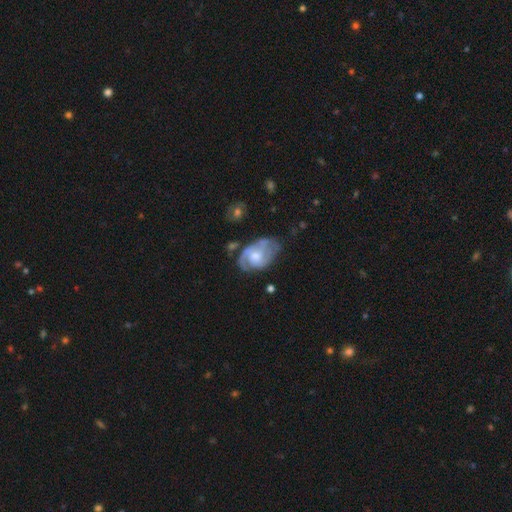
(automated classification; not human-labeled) Smooth or featured? Predicted: featured or disk (p=0.78). Edge-on disk? Predicted: no (p=0.97). Bar? Predicted: no (p=0.65). Spiral arms? Predicted: yes (p=0.92). Spiral winding? Predicted: tight (p=0.46). Spiral arm count? Predicted: 2 (p=0.46). Bulge size? Predicted: moderate (p=0.54). Merging? Predicted: none (p=0.54).